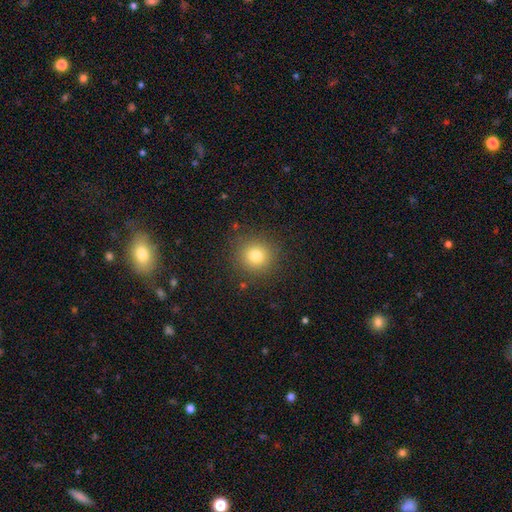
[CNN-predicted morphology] smooth-or-featured: smooth: 79% | star or artifact: 14% | featured or disk: 8%
  how-rounded: round: 92% | in between: 7% | cigar-shaped: 1%
  merging: none: 88% | minor disturbance: 8% | major disturbance: 3% | merger: 1%